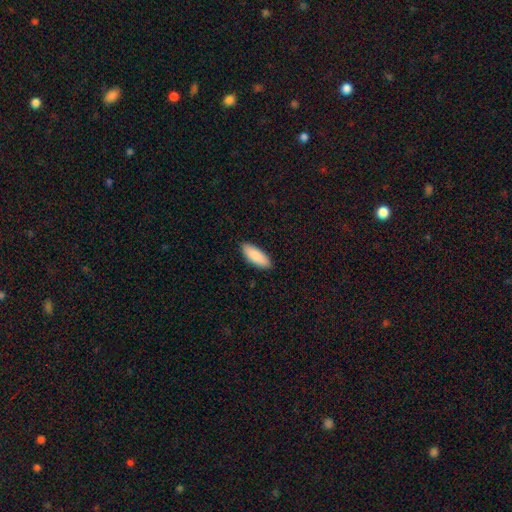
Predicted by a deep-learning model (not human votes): The model was most divided on "how rounded": in between: 75%, cigar-shaped: 24%, round: 2%. More confident: smooth or featured — smooth (89%); merging — none (89%).